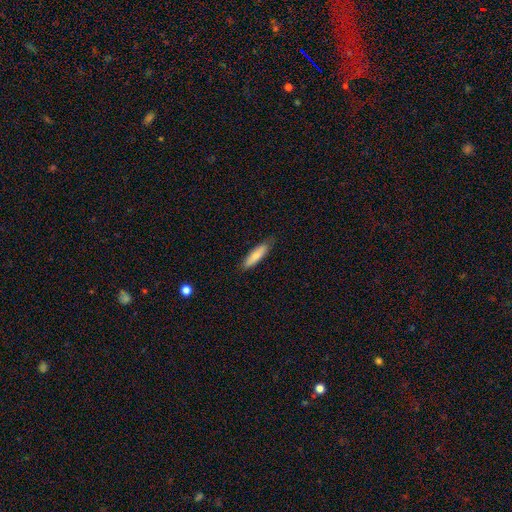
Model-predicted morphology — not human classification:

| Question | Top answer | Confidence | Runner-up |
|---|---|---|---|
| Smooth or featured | smooth | 79% | featured or disk (16%) |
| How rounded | cigar-shaped | 71% | in between (28%) |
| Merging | none | 82% | minor disturbance (15%) |